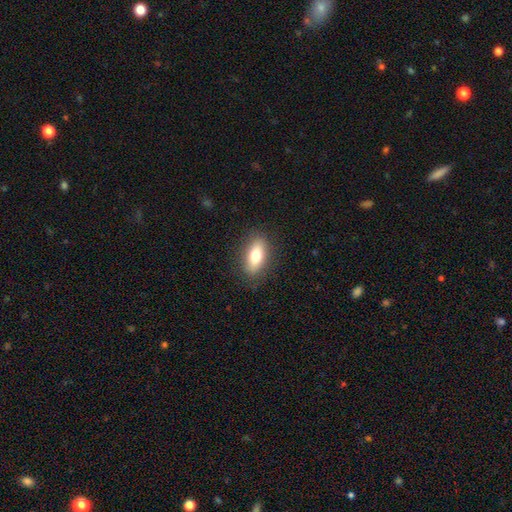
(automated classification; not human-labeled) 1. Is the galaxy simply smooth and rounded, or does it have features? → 74% smooth, 19% featured or disk, 7% star or artifact.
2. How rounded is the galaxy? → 78% in between, 18% cigar-shaped, 4% round.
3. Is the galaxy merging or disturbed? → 86% none, 10% minor disturbance, 3% major disturbance, 1% merger.